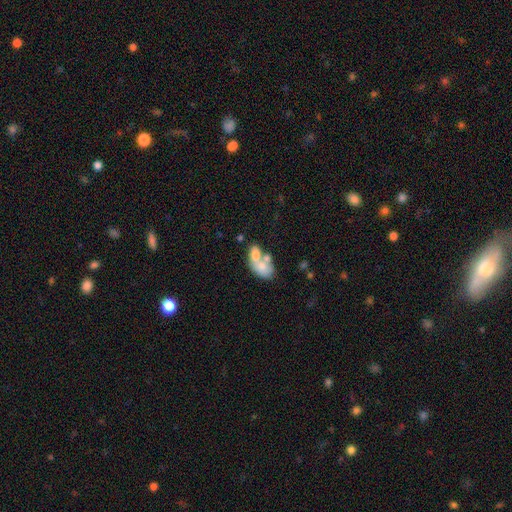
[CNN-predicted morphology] Q: Smooth or featured?
A: smooth (61%); runner-up: featured or disk (31%)
Q: How rounded?
A: in between (85%); runner-up: round (13%)
Q: Merging?
A: merger (64%); runner-up: none (20%)